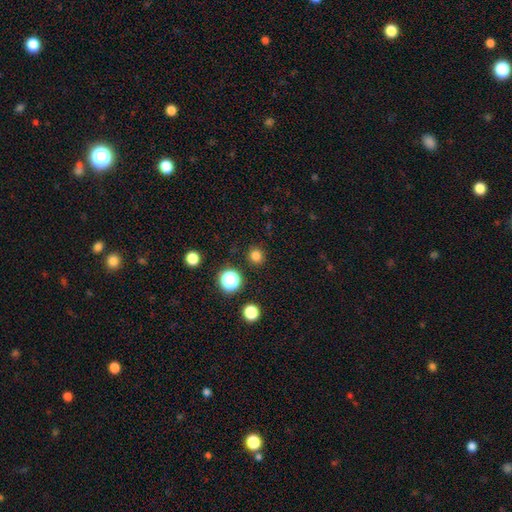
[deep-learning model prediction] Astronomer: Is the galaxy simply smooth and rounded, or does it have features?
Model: smooth — 80%.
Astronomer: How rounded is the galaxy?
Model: round — 91%.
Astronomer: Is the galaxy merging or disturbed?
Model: none — 90%.